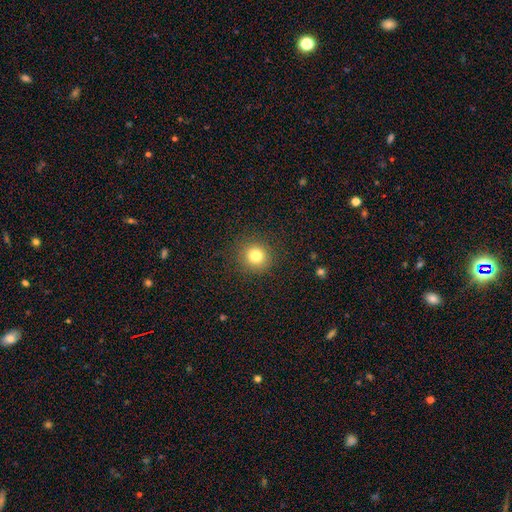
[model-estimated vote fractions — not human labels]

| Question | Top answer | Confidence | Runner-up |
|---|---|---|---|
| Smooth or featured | smooth | 80% | star or artifact (13%) |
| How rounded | round | 93% | in between (6%) |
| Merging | none | 90% | minor disturbance (6%) |